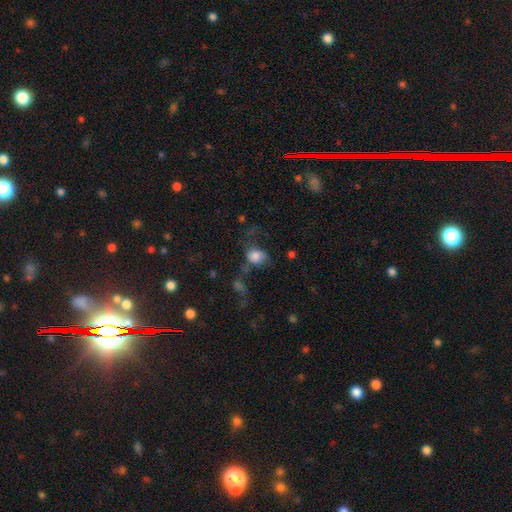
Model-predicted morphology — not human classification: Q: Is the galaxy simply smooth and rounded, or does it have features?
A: smooth — 77%.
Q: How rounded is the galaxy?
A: in between — 53%.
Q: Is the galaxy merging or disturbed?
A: none — 35%.